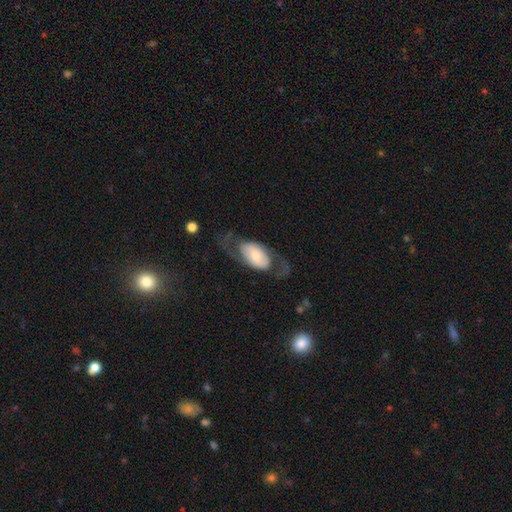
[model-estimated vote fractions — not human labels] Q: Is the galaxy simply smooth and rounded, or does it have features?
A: featured or disk — 63%.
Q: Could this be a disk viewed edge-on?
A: no — 91%.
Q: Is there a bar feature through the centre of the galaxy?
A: no — 63%.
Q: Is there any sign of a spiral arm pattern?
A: yes — 65%.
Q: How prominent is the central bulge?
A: small — 43%.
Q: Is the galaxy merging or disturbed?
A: none — 56%.